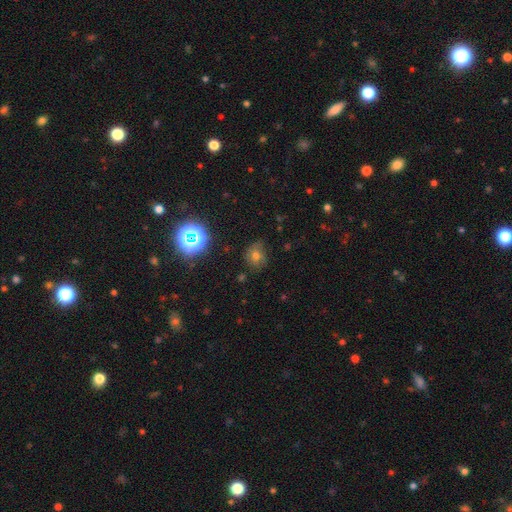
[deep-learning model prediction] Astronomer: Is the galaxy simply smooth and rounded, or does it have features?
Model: smooth — 48% (runner-up: featured or disk, 27%).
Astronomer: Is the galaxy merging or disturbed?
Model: none — 63%.